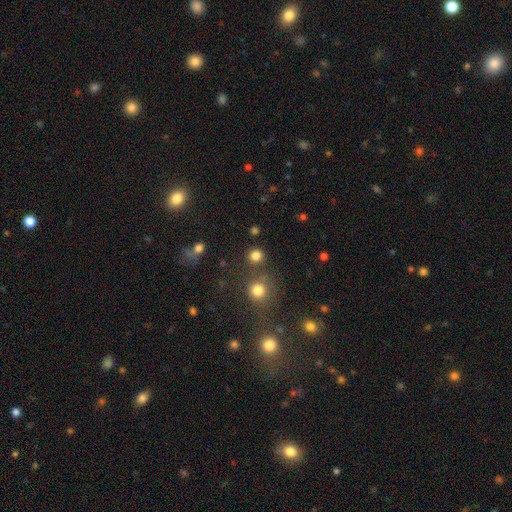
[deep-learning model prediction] A smooth galaxy with no disk features (81%) that is round (91%).

Vote fractions:
- Smooth or featured? smooth: 81% / star or artifact: 15% / featured or disk: 4%
- How rounded? round: 91% / in between: 8% / cigar-shaped: 1%
- Merging? none: 82% / merger: 8% / minor disturbance: 7% / major disturbance: 3%